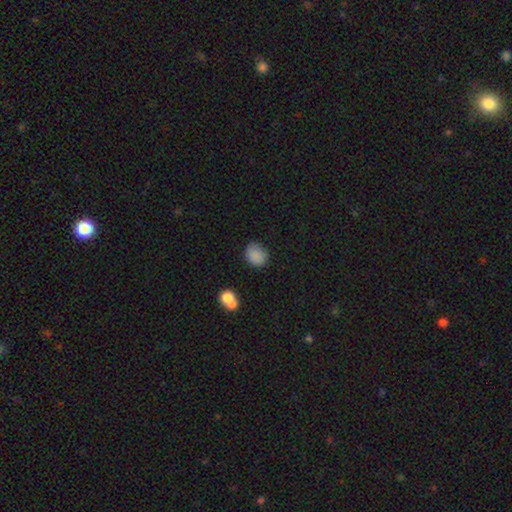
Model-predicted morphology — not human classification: smooth 85%, star or artifact 10%, featured or disk 6%. Down the decision tree: how rounded — round (55%); merging — none (73%).